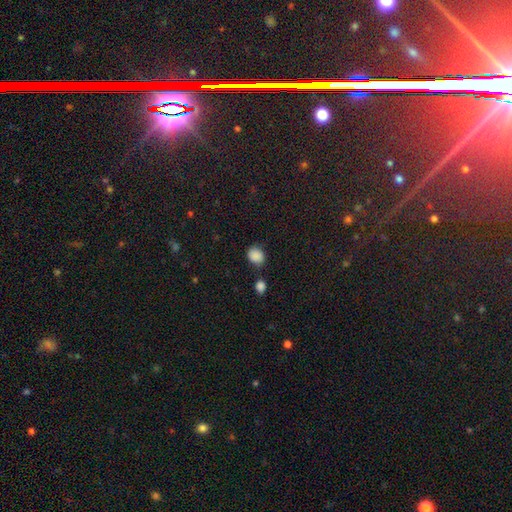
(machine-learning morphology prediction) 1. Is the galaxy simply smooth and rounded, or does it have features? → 86% smooth, 10% star or artifact, 4% featured or disk.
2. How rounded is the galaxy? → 57% round, 42% in between, 1% cigar-shaped.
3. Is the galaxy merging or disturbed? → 70% none, 18% minor disturbance, 7% merger, 5% major disturbance.